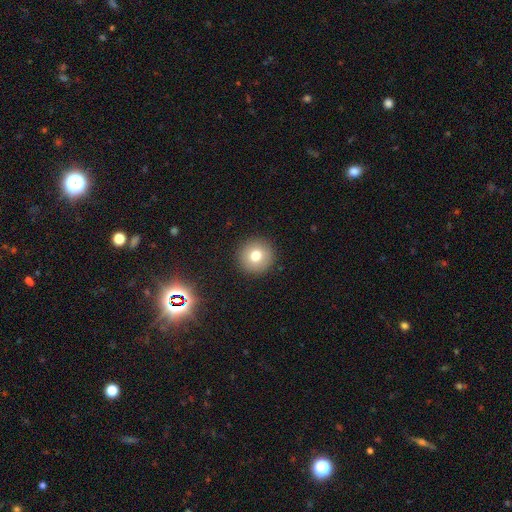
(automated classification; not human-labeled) Q: Smooth or featured?
A: smooth (76%); runner-up: featured or disk (13%)
Q: How rounded?
A: round (96%); runner-up: in between (4%)
Q: Merging?
A: none (92%); runner-up: minor disturbance (5%)